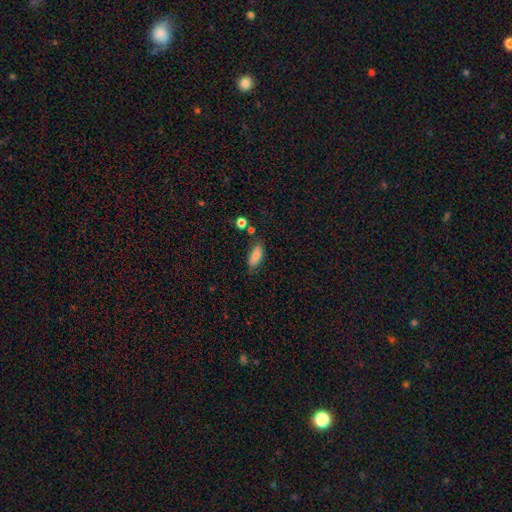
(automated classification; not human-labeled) Smooth or featured?
  - smooth: 84% *
  - featured or disk: 8%
  - star or artifact: 8%
How rounded?
  - in between: 82% *
  - cigar-shaped: 16%
  - round: 3%
Merging?
  - none: 74% *
  - minor disturbance: 18%
  - merger: 4%
  - major disturbance: 4%